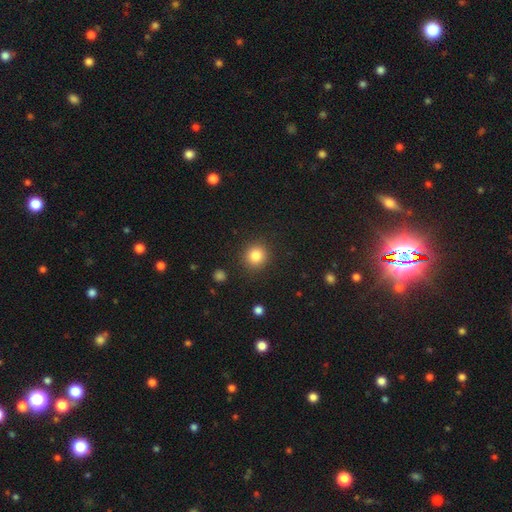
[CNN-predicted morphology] smooth-or-featured: smooth: 84% | star or artifact: 11% | featured or disk: 6%
  how-rounded: round: 91% | in between: 8% | cigar-shaped: 1%
  merging: none: 90% | minor disturbance: 6% | major disturbance: 2% | merger: 1%